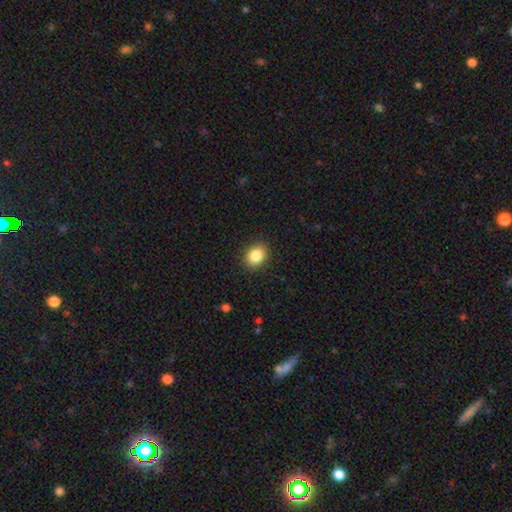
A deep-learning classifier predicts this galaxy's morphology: Smooth or featured?
  - smooth: 85% *
  - star or artifact: 9%
  - featured or disk: 5%
How rounded?
  - round: 51% *
  - in between: 48%
  - cigar-shaped: 1%
Merging?
  - none: 90% *
  - minor disturbance: 7%
  - major disturbance: 2%
  - merger: 1%